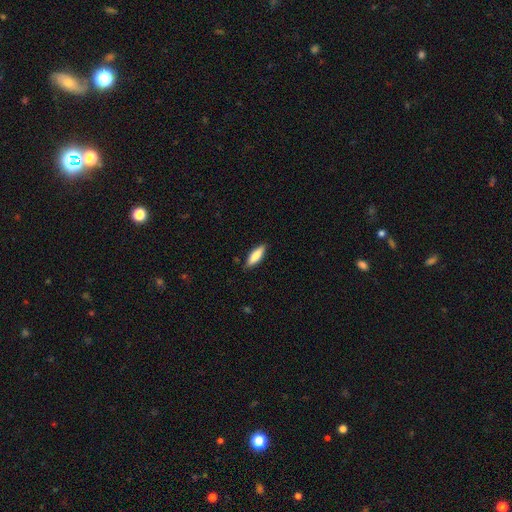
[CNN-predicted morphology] This is likely a smooth galaxy (74%). How rounded: possibly cigar-shaped (52%). Merging: clearly none (86%).